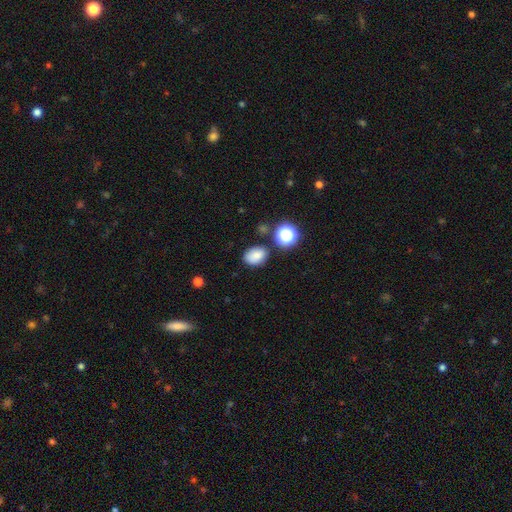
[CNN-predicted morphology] Smooth or featured?
  - smooth: 80% *
  - star or artifact: 13%
  - featured or disk: 7%
How rounded?
  - in between: 70% *
  - round: 28%
  - cigar-shaped: 1%
Merging?
  - none: 77% *
  - minor disturbance: 14%
  - merger: 6%
  - major disturbance: 3%